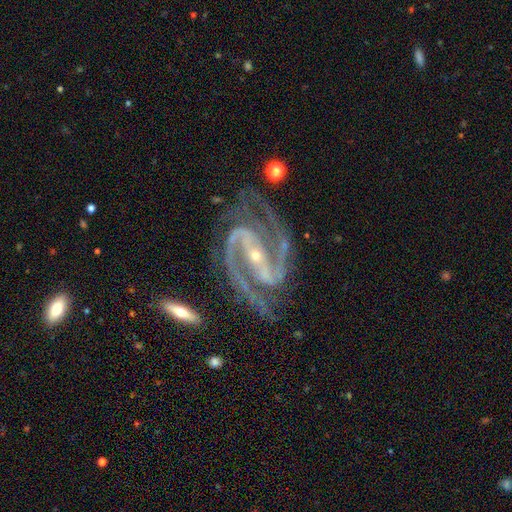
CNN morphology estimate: The model was most divided on "spiral winding": medium: 61%, tight: 31%, loose: 8%. More confident: spiral arms — yes (99%); edge-on disk — no (98%); smooth or featured — featured or disk (94%); spiral arm count — 2 (90%); bulge size — small (79%); merging — none (73%); bar — strong (70%).